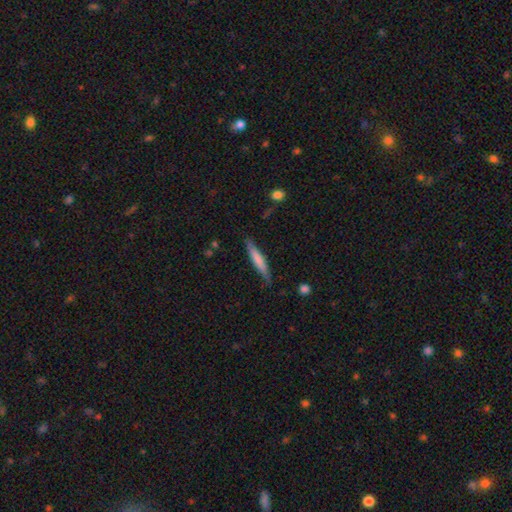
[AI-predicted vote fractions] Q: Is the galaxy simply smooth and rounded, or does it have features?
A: smooth — 64%.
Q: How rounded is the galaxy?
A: cigar-shaped — 93%.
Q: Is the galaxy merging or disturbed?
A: none — 81%.